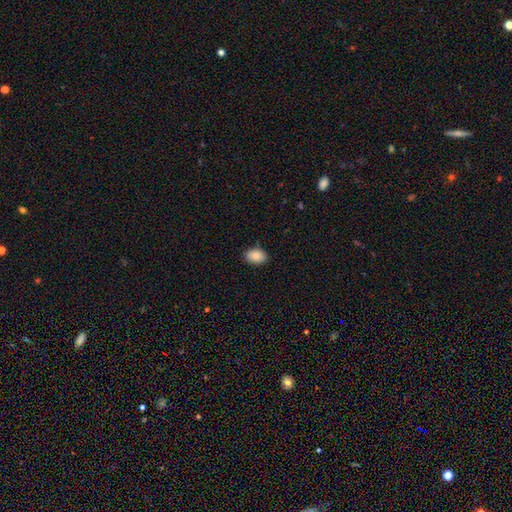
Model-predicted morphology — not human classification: Smooth or featured?
  - smooth: 89% *
  - star or artifact: 7%
  - featured or disk: 4%
How rounded?
  - in between: 86% *
  - round: 13%
  - cigar-shaped: 1%
Merging?
  - none: 87% *
  - minor disturbance: 10%
  - major disturbance: 2%
  - merger: 1%